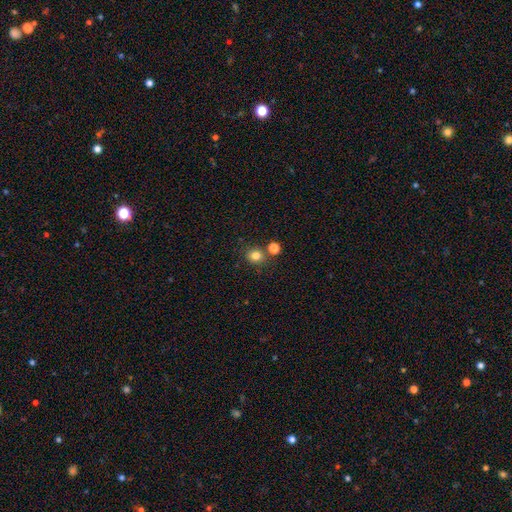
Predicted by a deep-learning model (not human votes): Smooth or featured: smooth — 81% (star or artifact — 14%)
How rounded: round — 81% (in between — 18%)
Merging: none — 76% (merger — 13%)